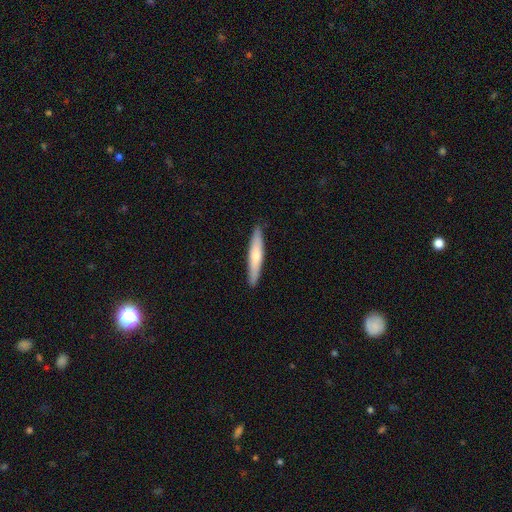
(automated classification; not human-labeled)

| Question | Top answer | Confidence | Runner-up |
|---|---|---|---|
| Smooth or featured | smooth | 60% | featured or disk (35%) |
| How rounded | cigar-shaped | 91% | in between (8%) |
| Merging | none | 90% | minor disturbance (8%) |